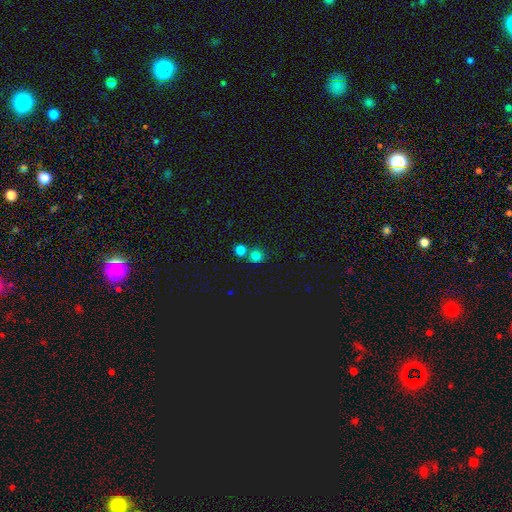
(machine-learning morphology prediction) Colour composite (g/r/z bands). It shows a smooth galaxy with no disk features (78%) that is round (88%). Merging: none (59%).